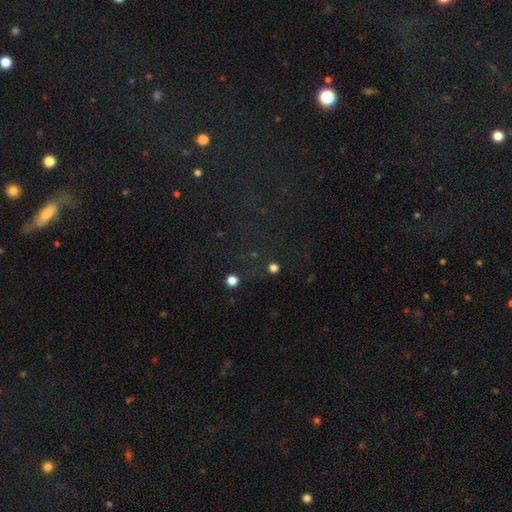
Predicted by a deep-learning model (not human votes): smooth_or_featured: star or artifact (p=0.66) [alt: smooth p=0.22]